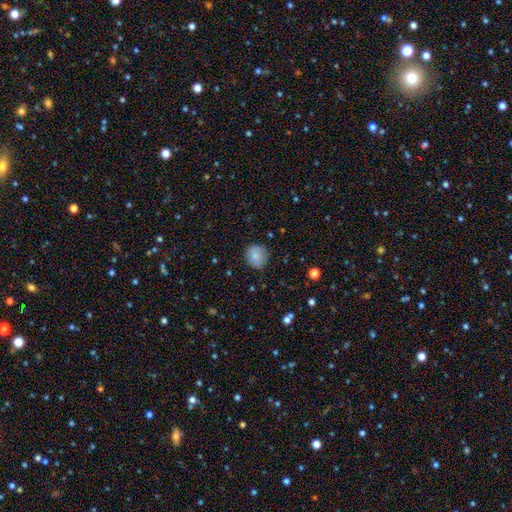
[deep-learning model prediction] Smooth or featured?
  - smooth: 80% *
  - featured or disk: 11%
  - star or artifact: 10%
How rounded?
  - round: 89% *
  - in between: 10%
  - cigar-shaped: 1%
Merging?
  - none: 83% *
  - minor disturbance: 13%
  - major disturbance: 3%
  - merger: 1%